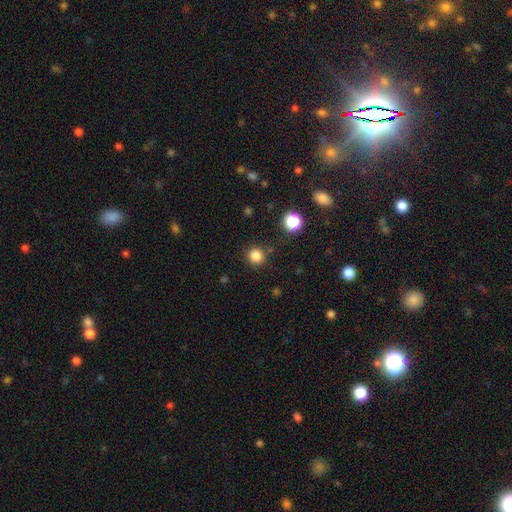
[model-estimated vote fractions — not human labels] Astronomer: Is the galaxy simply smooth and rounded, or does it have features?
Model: smooth — 83%.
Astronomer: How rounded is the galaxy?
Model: round — 91%.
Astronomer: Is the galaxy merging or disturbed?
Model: none — 87%.